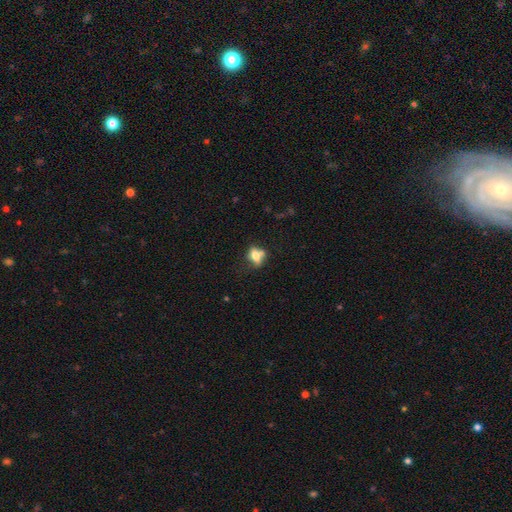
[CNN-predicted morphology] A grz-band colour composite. It shows a smooth galaxy with no disk features (62%) that is in between round and cigar-shaped (64%). Merging: none (44%).